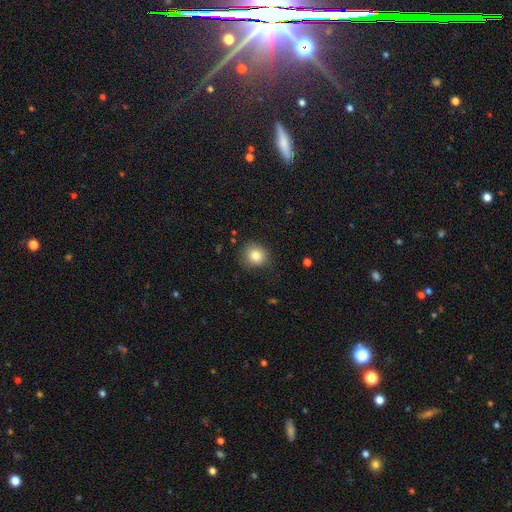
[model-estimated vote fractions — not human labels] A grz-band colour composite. It shows a smooth galaxy with no disk features (82%) that is round (86%). Merging: none (82%).